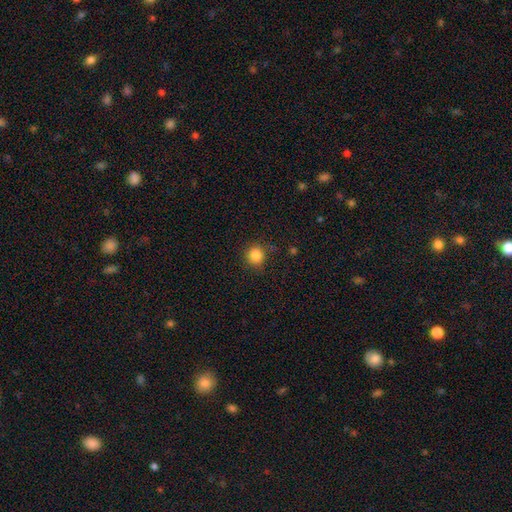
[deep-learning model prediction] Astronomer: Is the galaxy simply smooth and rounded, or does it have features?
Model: smooth — 85%.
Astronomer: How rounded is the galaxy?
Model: round — 89%.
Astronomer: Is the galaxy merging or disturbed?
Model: none — 85%.